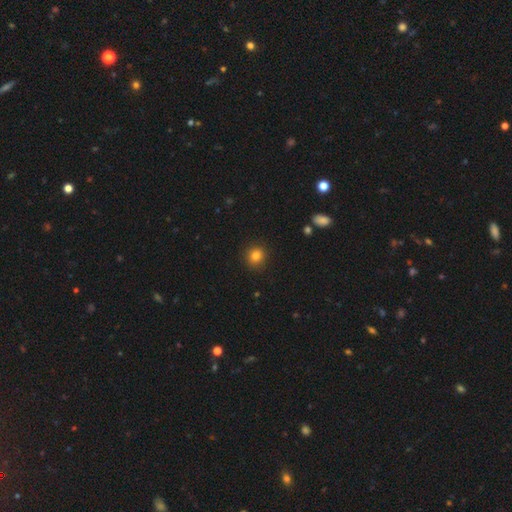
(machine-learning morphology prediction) A smooth galaxy with no disk features (82%) that is round (85%). Merging: none (90%).